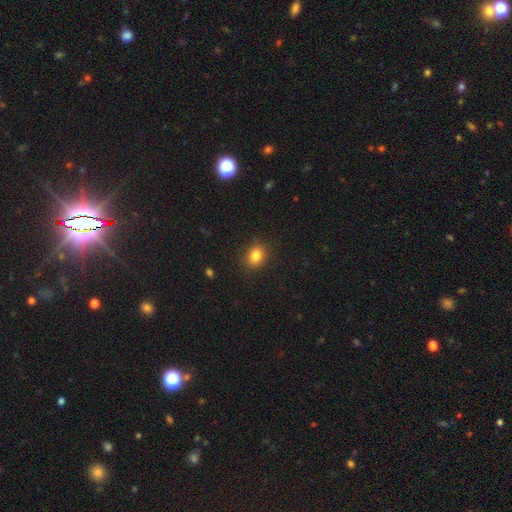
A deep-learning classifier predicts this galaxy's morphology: Overall: smooth (83%). How rounded: in between (56%; round 43%). Merging: none (88%).